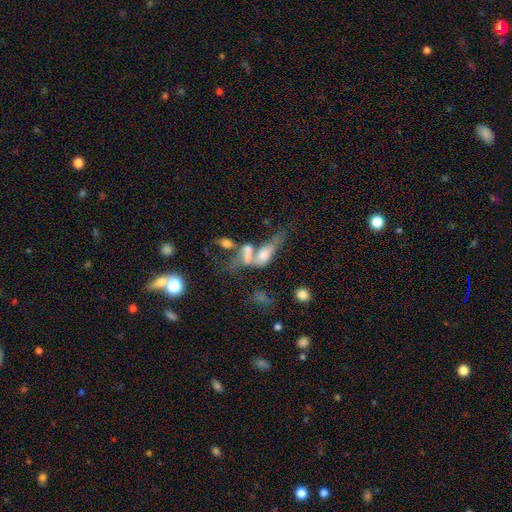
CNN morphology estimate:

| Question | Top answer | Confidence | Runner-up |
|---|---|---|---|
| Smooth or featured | featured or disk | 49% | smooth (33%) |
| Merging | merger | 49% | major disturbance (20%) |